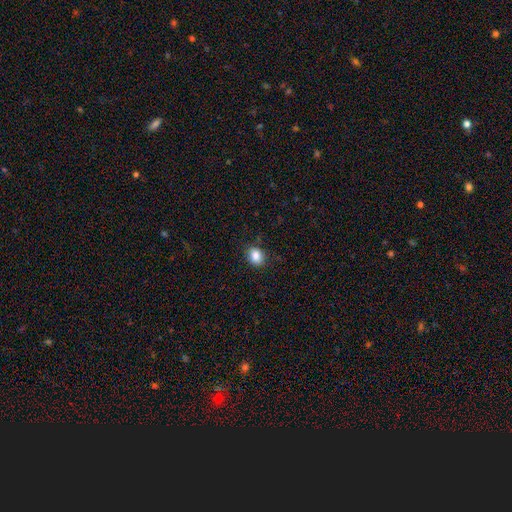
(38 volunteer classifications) Smooth or featured? 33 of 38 (87%) said smooth. How rounded? 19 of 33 (58%) said round. Merging? 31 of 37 (84%) said none.